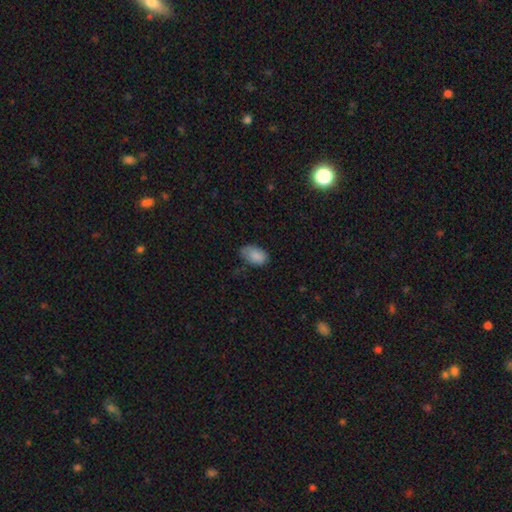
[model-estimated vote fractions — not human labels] smooth_or_featured: smooth (p=0.86) [alt: star or artifact p=0.07]
how_rounded: in between (p=0.92) [alt: round p=0.07]
merging: none (p=0.63) [alt: minor disturbance p=0.29]